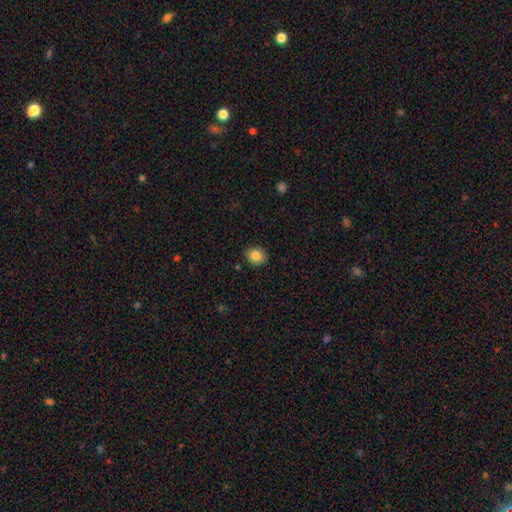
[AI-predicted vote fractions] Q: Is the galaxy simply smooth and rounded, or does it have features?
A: smooth — 84%.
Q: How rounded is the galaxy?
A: round — 70%.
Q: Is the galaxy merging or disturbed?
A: none — 87%.